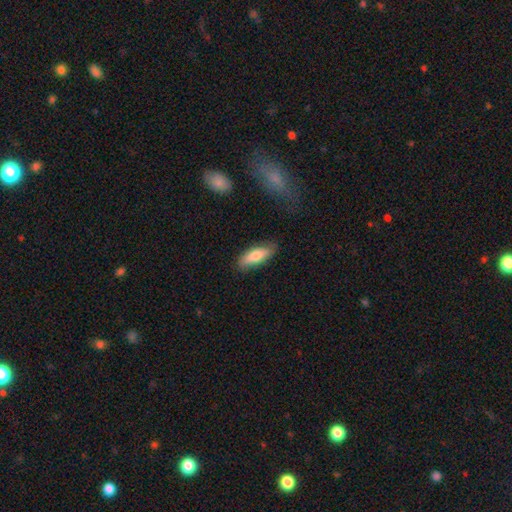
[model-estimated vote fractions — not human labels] smooth-or-featured: smooth: 73% | featured or disk: 21% | star or artifact: 6%
  how-rounded: in between: 62% | cigar-shaped: 35% | round: 2%
  merging: none: 81% | minor disturbance: 15% | major disturbance: 3% | merger: 2%